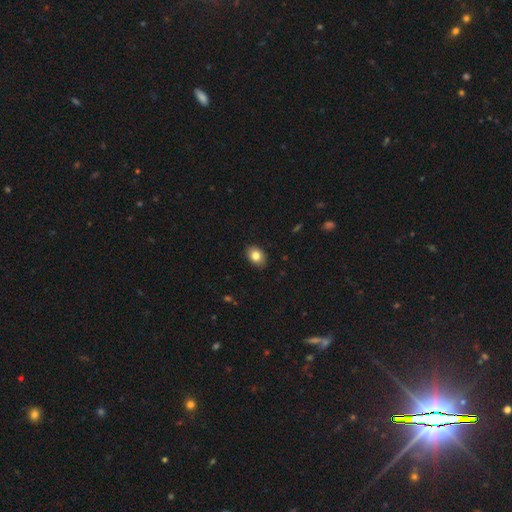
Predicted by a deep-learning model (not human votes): smooth-or-featured: smooth: 82% | featured or disk: 9% | star or artifact: 9%
  how-rounded: in between: 71% | round: 28% | cigar-shaped: 1%
  merging: none: 88% | minor disturbance: 9% | major disturbance: 2% | merger: 1%